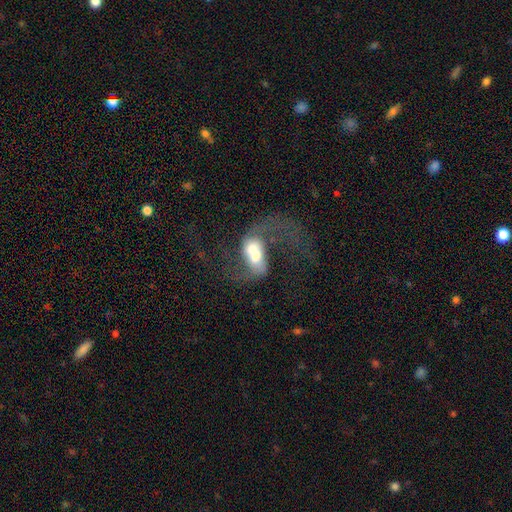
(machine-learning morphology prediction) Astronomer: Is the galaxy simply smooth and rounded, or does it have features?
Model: featured or disk — 59%.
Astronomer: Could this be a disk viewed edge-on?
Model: no — 95%.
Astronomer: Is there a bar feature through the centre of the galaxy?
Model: no — 68%.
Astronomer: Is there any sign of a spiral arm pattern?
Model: yes — 64%.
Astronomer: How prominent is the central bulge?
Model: moderate — 49% (runner-up: large, 26%).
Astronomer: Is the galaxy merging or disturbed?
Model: merger — 74%.